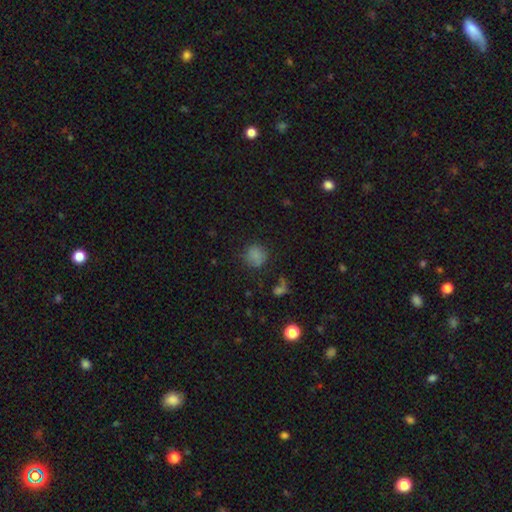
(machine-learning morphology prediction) This appears to be a smooth galaxy with no disk features (78%) that is round (85%). Merging: none (73%).